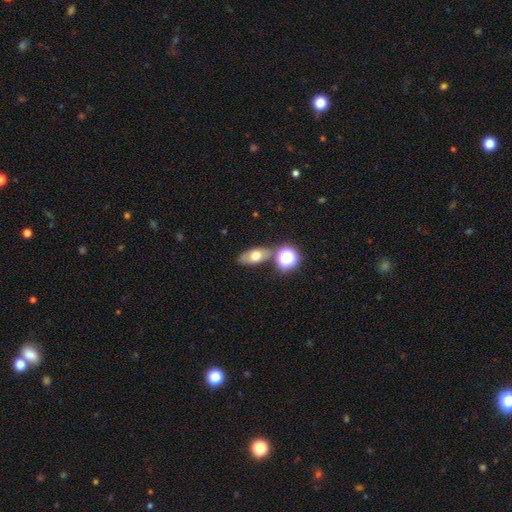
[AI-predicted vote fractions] Smooth or featured: smooth — 63% (featured or disk — 24%)
How rounded: in between — 78% (round — 13%)
Merging: none — 71% (merger — 13%)